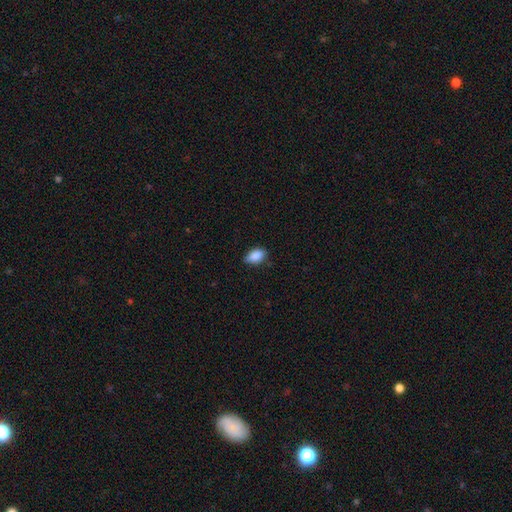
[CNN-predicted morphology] smooth_or_featured: smooth (p=0.88) [alt: star or artifact p=0.07]
how_rounded: in between (p=0.89) [alt: round p=0.09]
merging: none (p=0.74) [alt: minor disturbance p=0.22]